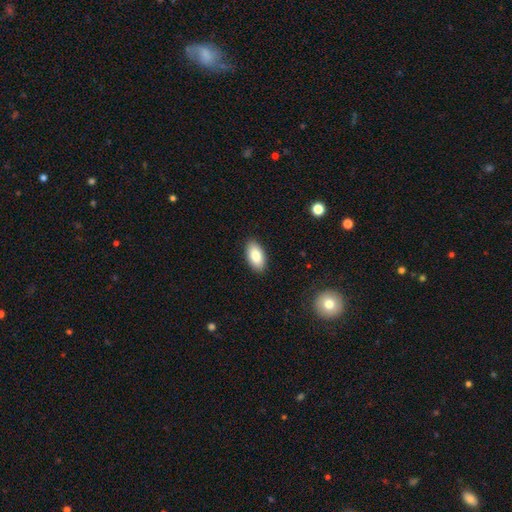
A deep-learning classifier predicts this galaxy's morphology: A smooth galaxy with no disk features (84%) that is in between round and cigar-shaped (94%).

Vote fractions:
- Smooth or featured? smooth: 84% / featured or disk: 9% / star or artifact: 6%
- How rounded? in between: 94% / cigar-shaped: 3% / round: 3%
- Merging? none: 89% / minor disturbance: 8% / major disturbance: 2% / merger: 1%